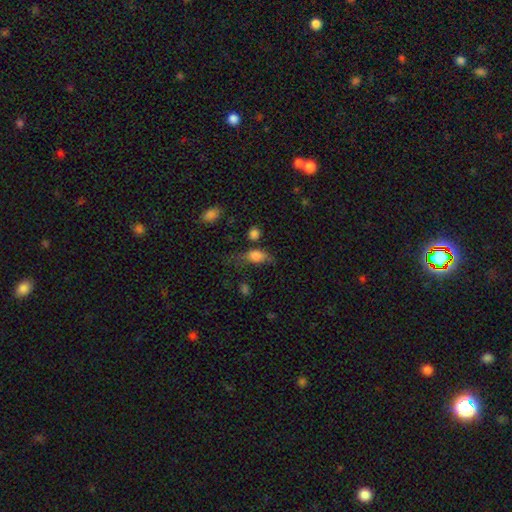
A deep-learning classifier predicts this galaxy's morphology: Smooth or featured?
  - smooth: 78% *
  - featured or disk: 12%
  - star or artifact: 10%
How rounded?
  - in between: 79% *
  - round: 13%
  - cigar-shaped: 8%
Merging?
  - none: 33% *
  - minor disturbance: 30%
  - major disturbance: 29%
  - merger: 8%